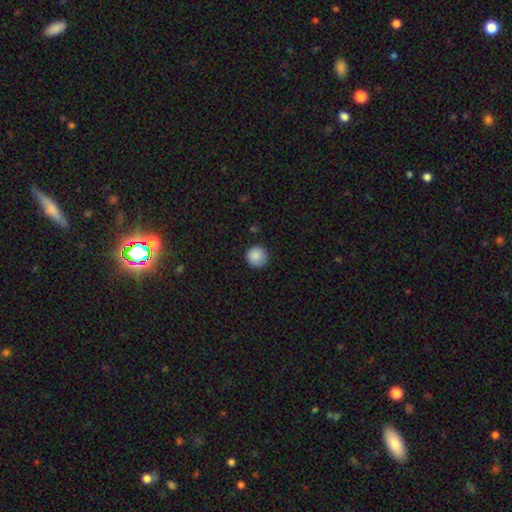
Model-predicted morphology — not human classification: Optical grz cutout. It shows a smooth galaxy with no disk features (88%) that is round (95%). Merging: none (88%).